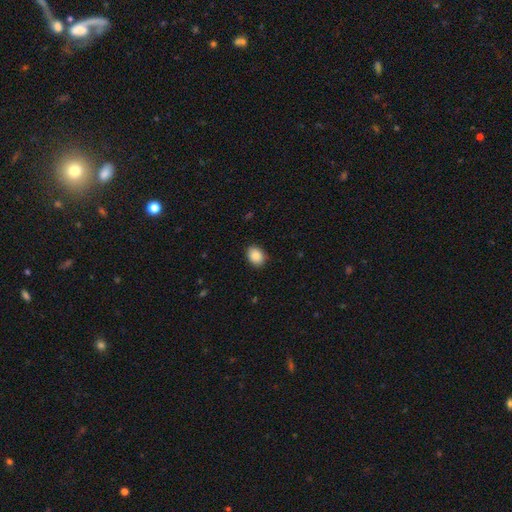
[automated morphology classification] This appears to be a smooth galaxy with no disk features (89%) that is in between round and cigar-shaped (71%). Merging: none (88%).